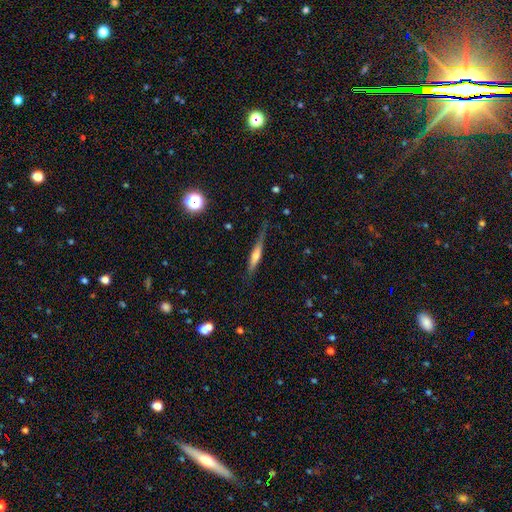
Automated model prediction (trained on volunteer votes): Smooth or featured? featured or disk (49%)
Merging? none (71%)